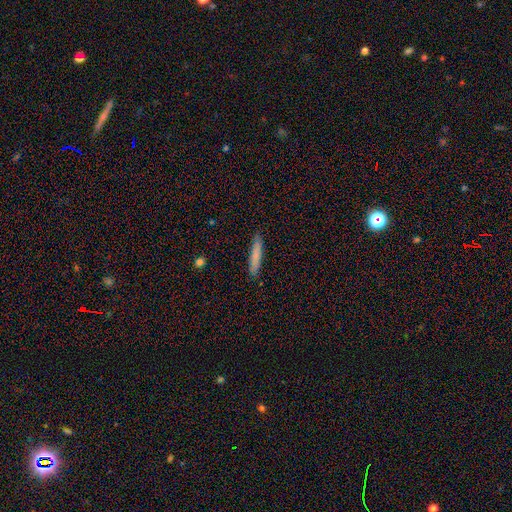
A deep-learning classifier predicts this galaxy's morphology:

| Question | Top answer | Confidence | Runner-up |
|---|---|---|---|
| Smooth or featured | smooth | 79% | featured or disk (14%) |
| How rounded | cigar-shaped | 92% | in between (7%) |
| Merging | none | 89% | minor disturbance (8%) |